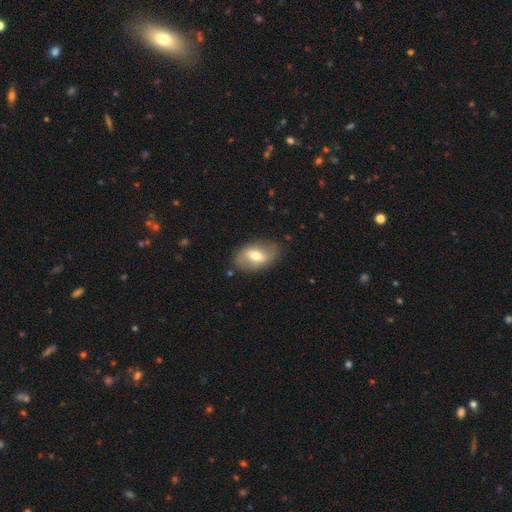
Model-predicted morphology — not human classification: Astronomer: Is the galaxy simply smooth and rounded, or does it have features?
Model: featured or disk — 47% (runner-up: smooth, 46%).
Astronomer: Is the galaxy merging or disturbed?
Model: none — 77%.